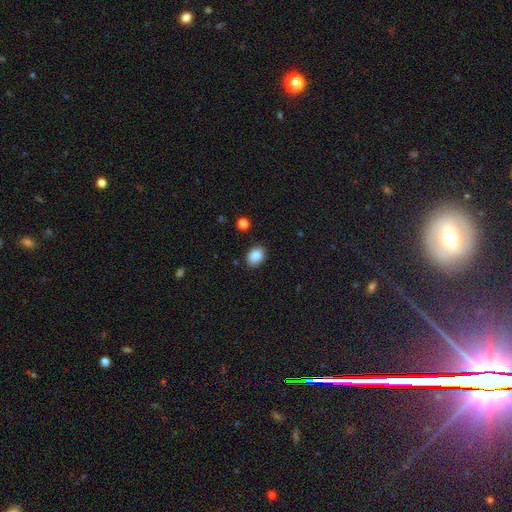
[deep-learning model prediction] Smooth or featured? Predicted: smooth (p=0.86). How rounded? Predicted: in between (p=0.68). Merging? Predicted: none (p=0.87).